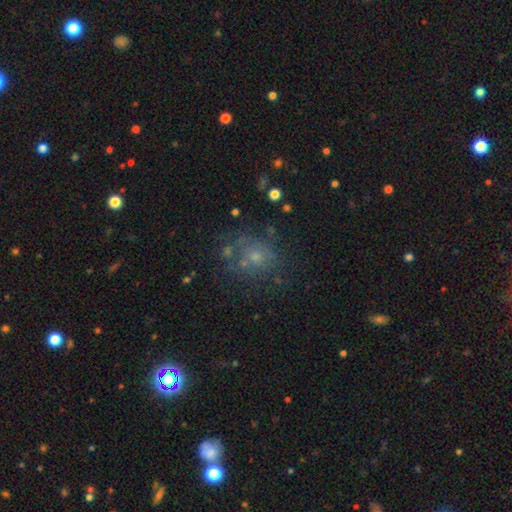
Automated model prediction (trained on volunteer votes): Q: Smooth or featured?
A: smooth (51%); runner-up: star or artifact (25%)
Q: How rounded?
A: round (76%); runner-up: in between (23%)
Q: Merging?
A: none (63%); runner-up: minor disturbance (17%)